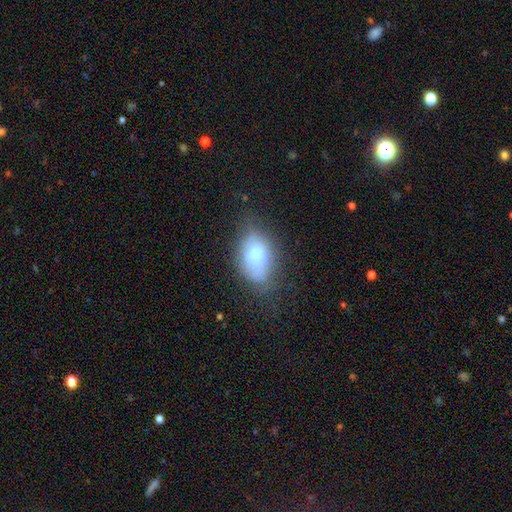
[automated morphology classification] Overall: smooth (73%). How rounded: in between (88%). Merging: none (54%; minor disturbance 31%).